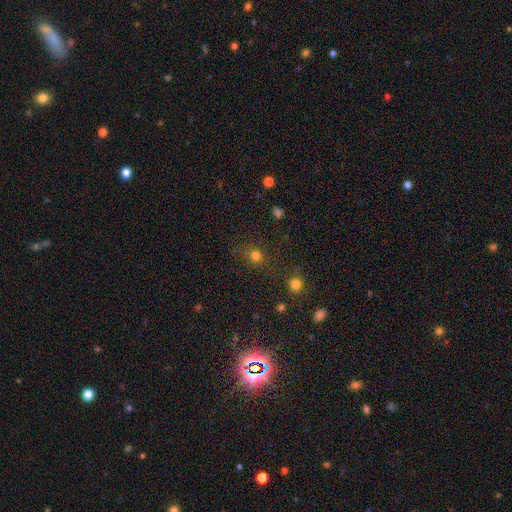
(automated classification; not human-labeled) Overall: smooth (73%). How rounded: round (84%). Merging: none (77%).